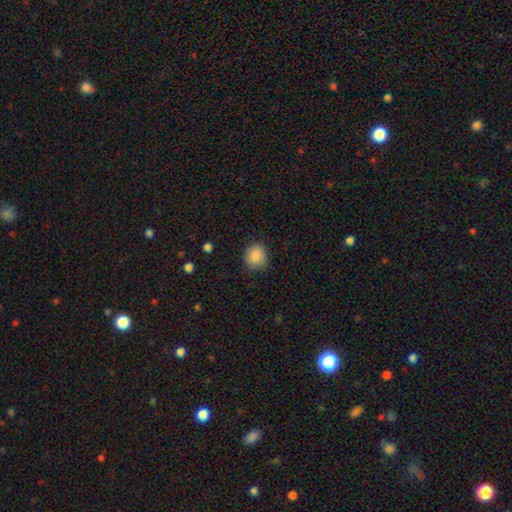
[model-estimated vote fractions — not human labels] This appears to be a smooth galaxy with no disk features (86%) that is round (78%). Merging: none (84%).